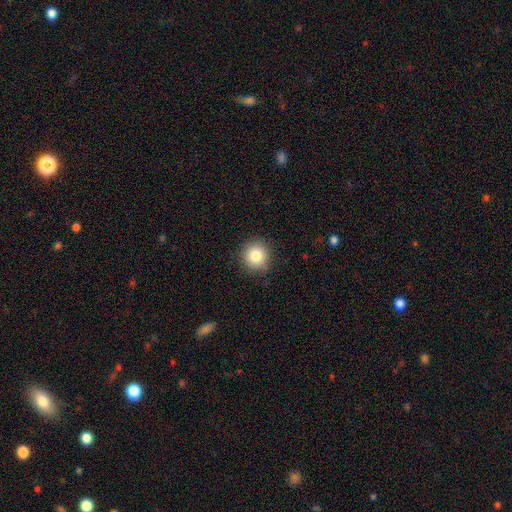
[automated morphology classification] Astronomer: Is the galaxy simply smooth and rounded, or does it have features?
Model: smooth — 82%.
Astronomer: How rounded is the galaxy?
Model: round — 93%.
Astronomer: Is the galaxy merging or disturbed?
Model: none — 89%.